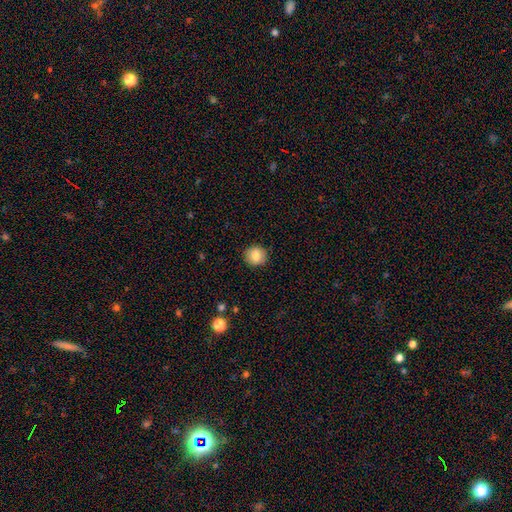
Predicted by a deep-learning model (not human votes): Smooth or featured: smooth — 84% (star or artifact — 9%)
How rounded: round — 88% (in between — 11%)
Merging: none — 91% (minor disturbance — 7%)